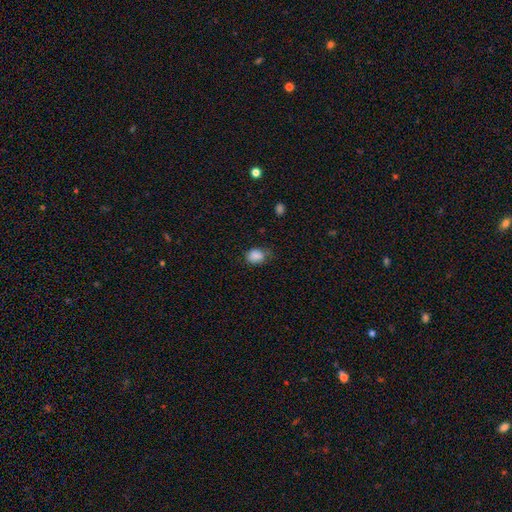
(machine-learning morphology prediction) This appears to be a smooth galaxy with no disk features (86%) that is in between round and cigar-shaped (56%). Merging: none (62%).